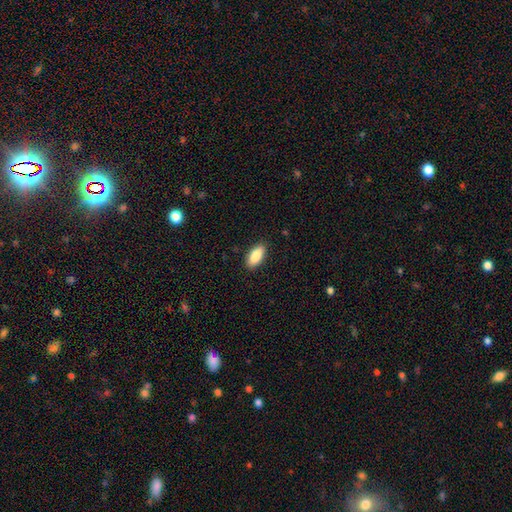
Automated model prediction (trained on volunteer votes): smooth 88%, star or artifact 6%, featured or disk 6%. Down the decision tree: how rounded — in between (88%); merging — none (88%).